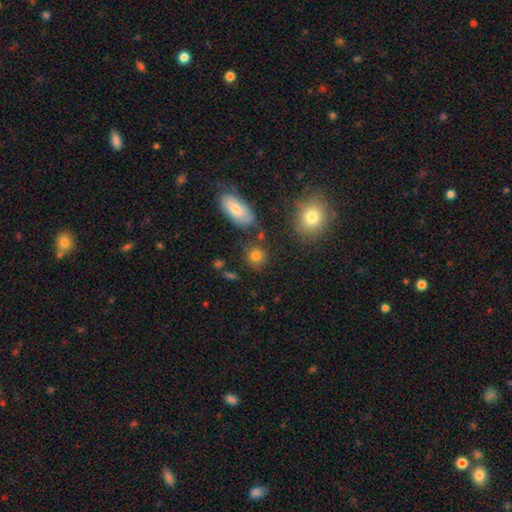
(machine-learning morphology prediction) Overall: smooth (81%). How rounded: round (80%). Merging: none (77%).